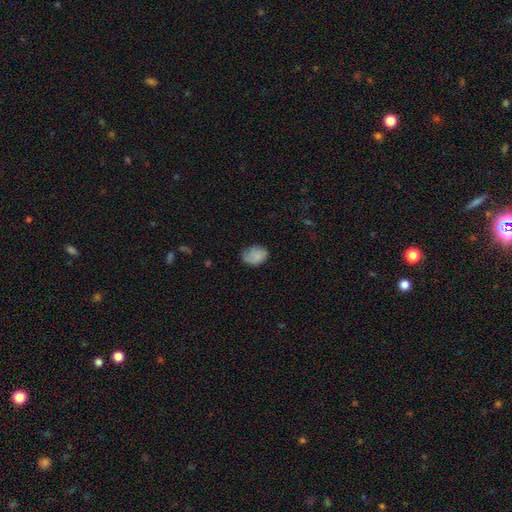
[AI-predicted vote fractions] This appears to be a smooth galaxy with no disk features (76%) that is in between round and cigar-shaped (64%). Merging: none (64%).